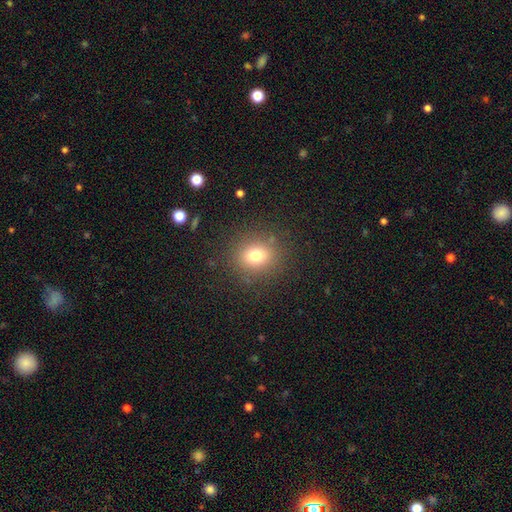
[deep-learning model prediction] smooth_or_featured: smooth (p=0.75) [alt: star or artifact p=0.15]
how_rounded: round (p=0.73) [alt: in between p=0.26]
merging: none (p=0.85) [alt: minor disturbance p=0.09]